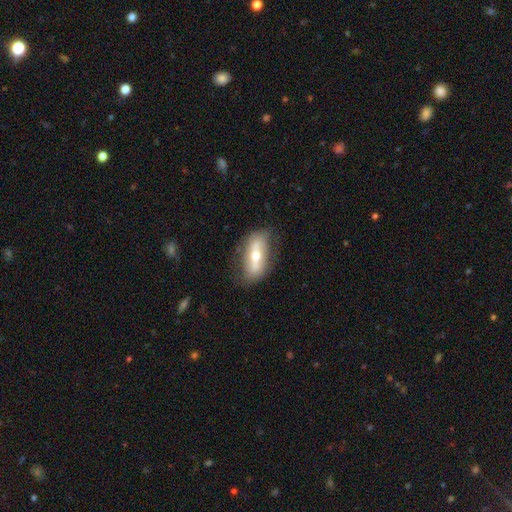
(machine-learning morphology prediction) Q: Smooth or featured?
A: featured or disk (52%); runner-up: smooth (41%)
Q: Edge-on disk?
A: no (68%); runner-up: yes (32%)
Q: Merging?
A: none (75%); runner-up: minor disturbance (17%)